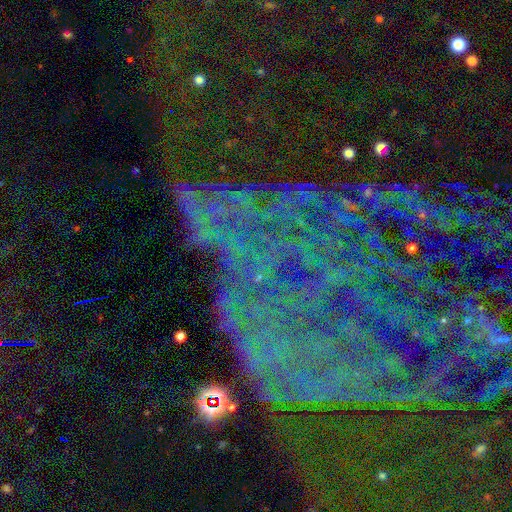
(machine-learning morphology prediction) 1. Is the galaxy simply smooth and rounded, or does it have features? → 75% star or artifact, 15% featured or disk, 10% smooth.